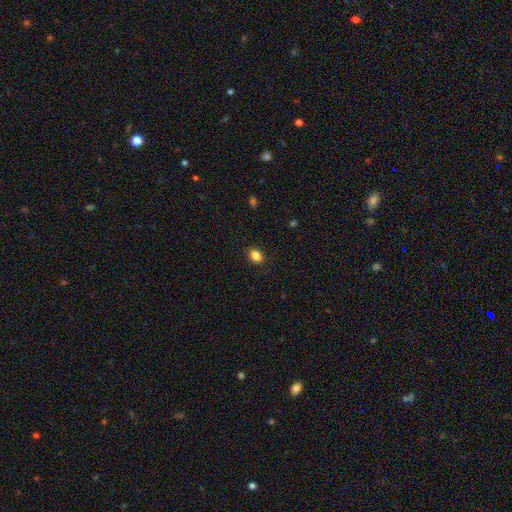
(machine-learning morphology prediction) Overall: smooth (85%). How rounded: in between (68%; round 31%). Merging: none (89%).